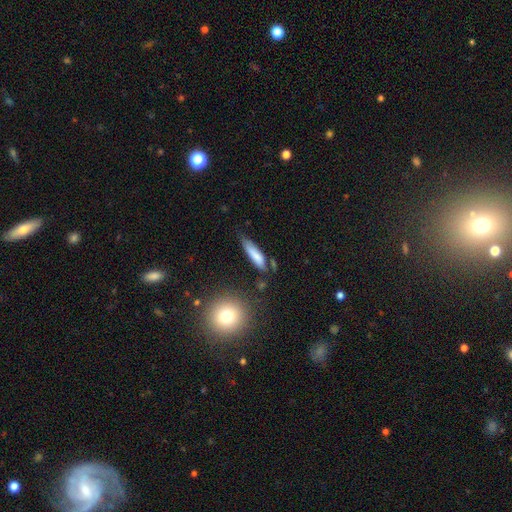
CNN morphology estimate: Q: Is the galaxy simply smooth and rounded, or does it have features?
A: smooth — 77%.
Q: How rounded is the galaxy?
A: cigar-shaped — 71%.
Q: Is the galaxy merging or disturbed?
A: none — 60%.